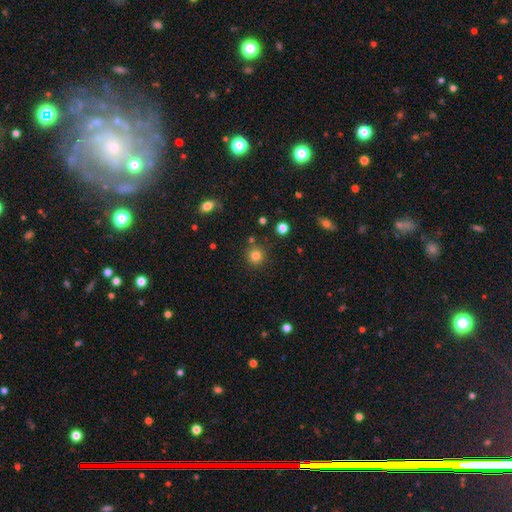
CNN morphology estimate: smooth_or_featured: smooth (p=0.80) [alt: star or artifact p=0.13]
how_rounded: round (p=0.93) [alt: in between p=0.06]
merging: none (p=0.84) [alt: minor disturbance p=0.08]